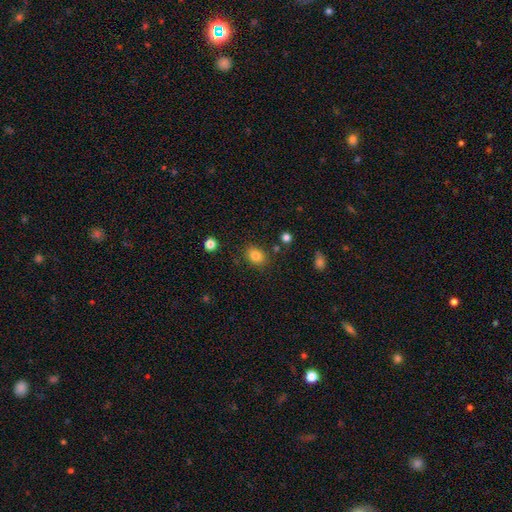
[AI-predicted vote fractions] A smooth galaxy with no disk features (83%) that is in between round and cigar-shaped (58%).

Vote fractions:
- Smooth or featured? smooth: 83% / star or artifact: 11% / featured or disk: 6%
- How rounded? in between: 58% / round: 41% / cigar-shaped: 1%
- Merging? none: 82% / minor disturbance: 11% / merger: 4% / major disturbance: 3%